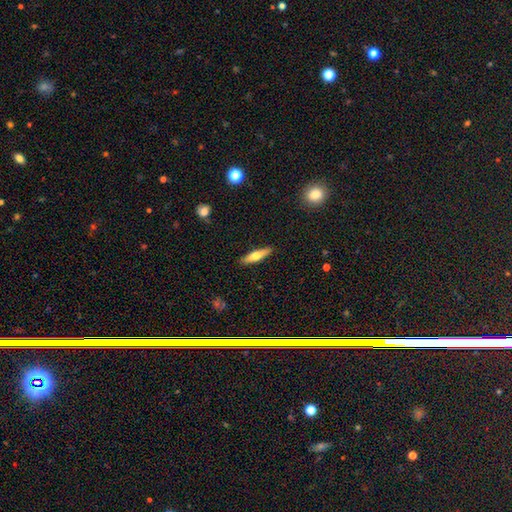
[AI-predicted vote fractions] This is possibly a smooth galaxy (54%). How rounded: likely cigar-shaped (76%). Merging: clearly none (89%).